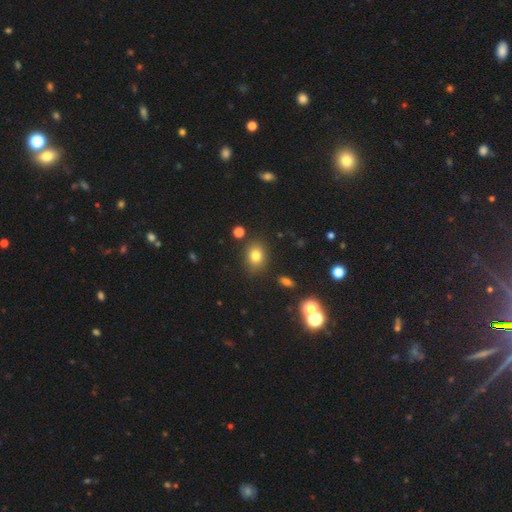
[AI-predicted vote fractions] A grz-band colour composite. It shows a smooth galaxy with no disk features (79%) that is round (50%). Merging: none (83%).